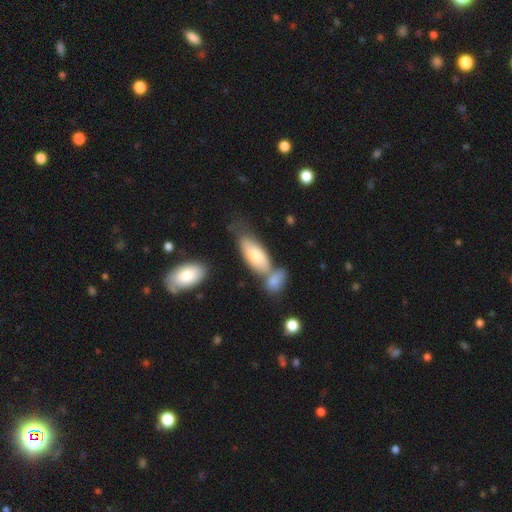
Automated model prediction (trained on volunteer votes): A smooth galaxy with no disk features (67%) that is in between round and cigar-shaped (79%). Merging: none (38%).